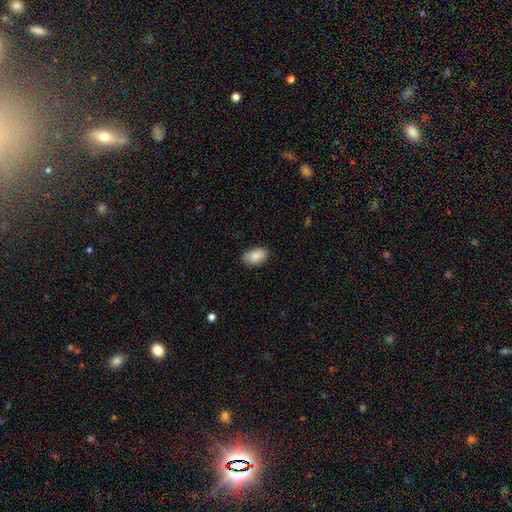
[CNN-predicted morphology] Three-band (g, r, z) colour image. It shows a smooth galaxy with no disk features (84%) that is in between round and cigar-shaped (92%). Merging: none (82%).